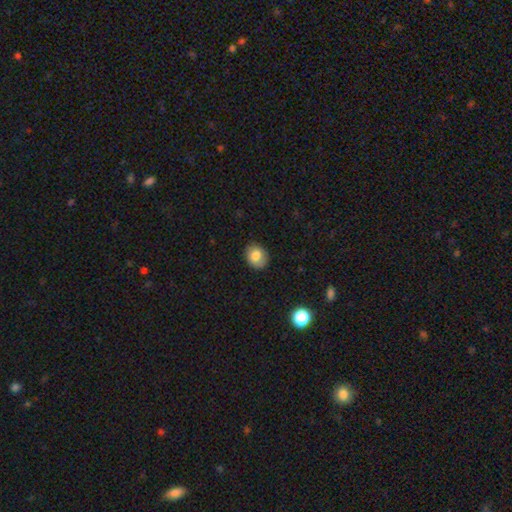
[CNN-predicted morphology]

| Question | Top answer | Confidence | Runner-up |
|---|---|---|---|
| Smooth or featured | smooth | 79% | featured or disk (12%) |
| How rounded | round | 55% | in between (44%) |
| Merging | none | 84% | minor disturbance (13%) |